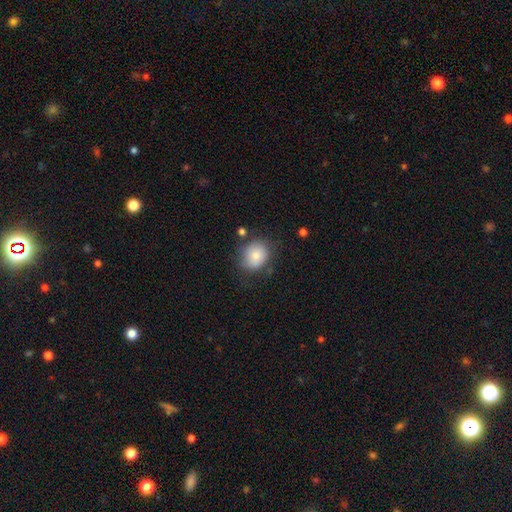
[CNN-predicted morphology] Smooth or featured?
  - smooth: 79% *
  - featured or disk: 12%
  - star or artifact: 9%
How rounded?
  - round: 70% *
  - in between: 30%
  - cigar-shaped: 1%
Merging?
  - none: 69% *
  - minor disturbance: 20%
  - major disturbance: 7%
  - merger: 4%